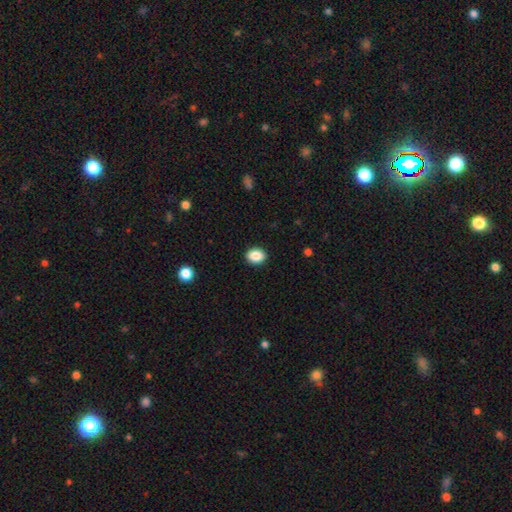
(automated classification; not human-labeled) Morphology: type=smooth (87%); roundness=in between (58%); merging=none (91%).